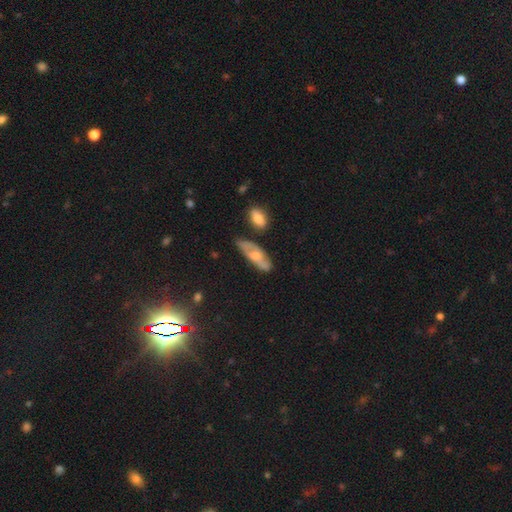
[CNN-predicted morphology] This is possibly a featured or disk galaxy (48%). Merging: likely none (62%).